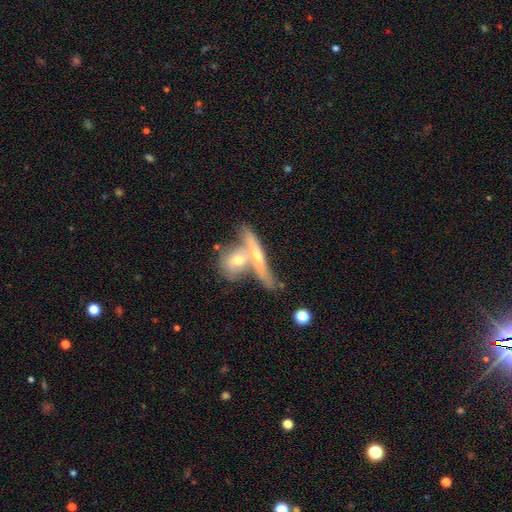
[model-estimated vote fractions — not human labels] Smooth or featured?
  - featured or disk: 67% *
  - smooth: 24%
  - star or artifact: 9%
Edge-on disk?
  - yes: 72% *
  - no: 28%
Merging?
  - merger: 52% *
  - none: 33%
  - minor disturbance: 9%
  - major disturbance: 5%